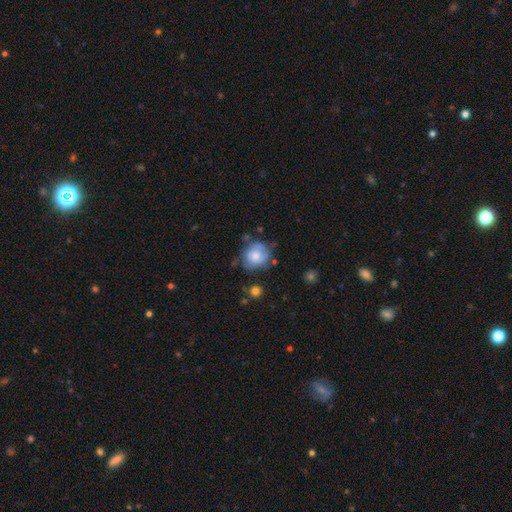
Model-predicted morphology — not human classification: This appears to be a smooth galaxy with no disk features (64%) that is round (78%). Merging: none (55%).